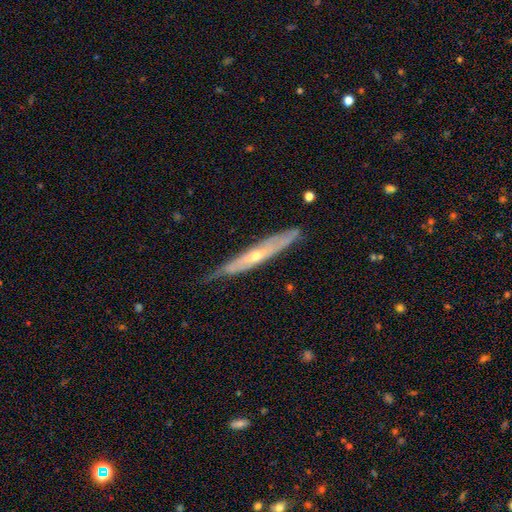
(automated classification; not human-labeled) Morphology: type=featured or disk (68%); edge-on=yes (83%); edge-on bulge=rounded (72%); merging=none (70%).